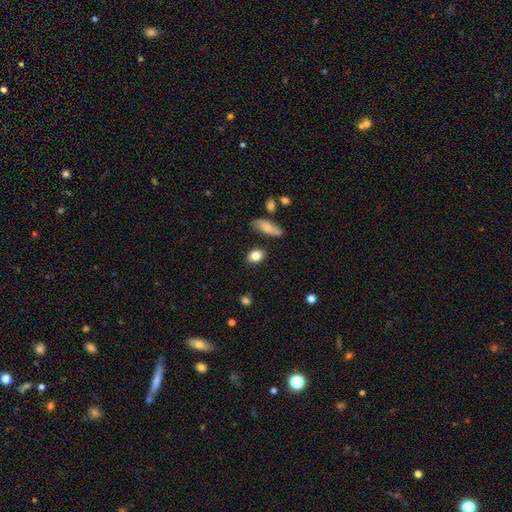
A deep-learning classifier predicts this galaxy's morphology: Smooth or featured? Predicted: smooth (p=0.83). How rounded? Predicted: in between (p=0.68). Merging? Predicted: none (p=0.83).